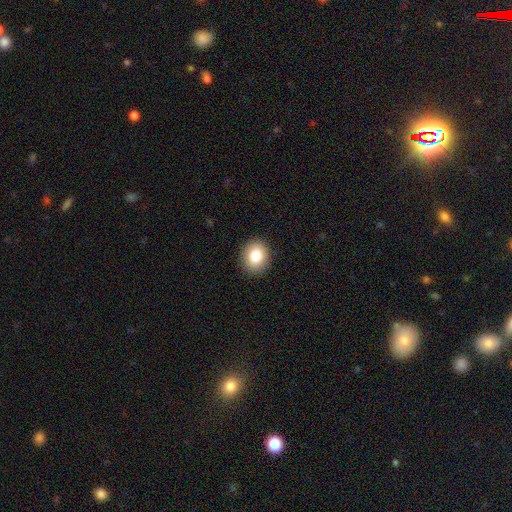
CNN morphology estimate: The model was most divided on "how rounded": round: 68%, in between: 31%, cigar-shaped: 1%. More confident: merging — none (90%); smooth or featured — smooth (83%).